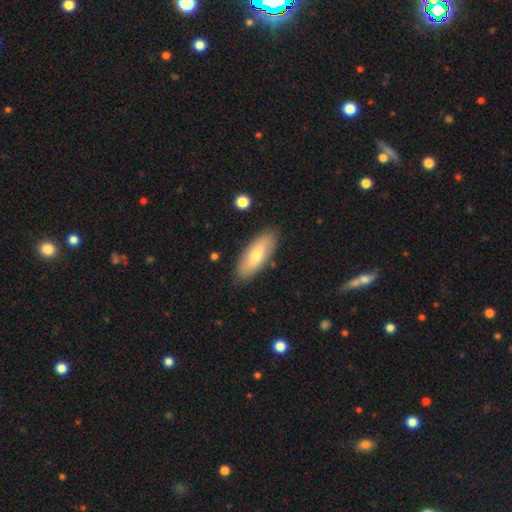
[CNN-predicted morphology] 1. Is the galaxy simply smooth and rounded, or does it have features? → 66% smooth, 27% featured or disk, 7% star or artifact.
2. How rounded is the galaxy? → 69% in between, 29% cigar-shaped, 2% round.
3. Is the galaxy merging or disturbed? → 88% none, 8% minor disturbance, 2% major disturbance, 1% merger.